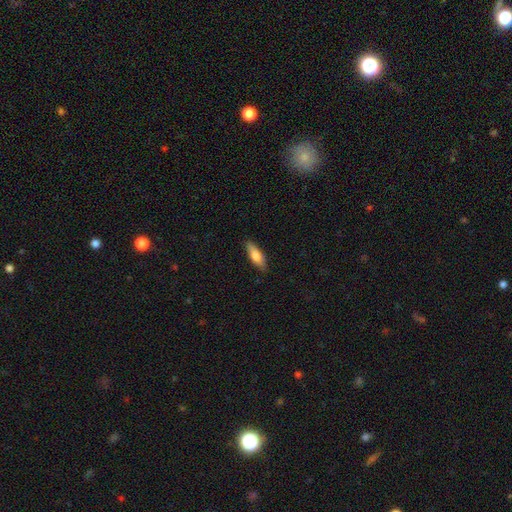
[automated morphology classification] A smooth galaxy with no disk features (74%) that is in between round and cigar-shaped (51%).

Vote fractions:
- Smooth or featured? smooth: 74% / featured or disk: 20% / star or artifact: 6%
- How rounded? in between: 51% / cigar-shaped: 47% / round: 2%
- Merging? none: 85% / minor disturbance: 12% / major disturbance: 2% / merger: 1%